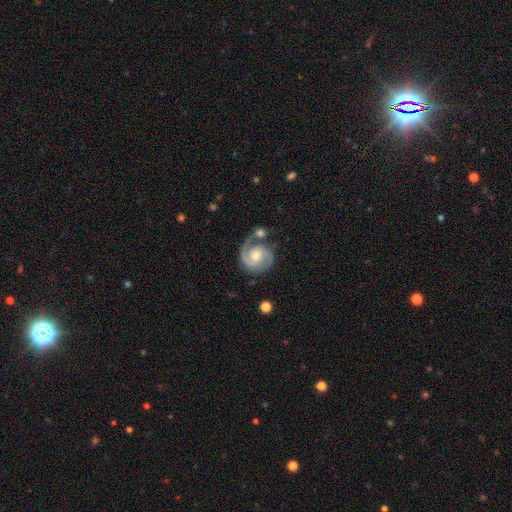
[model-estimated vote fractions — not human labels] Smooth or featured: featured or disk — 86% (smooth — 9%)
Edge-on disk: no — 98% (yes — 2%)
Bar: no — 60% (weak — 33%)
Spiral arms: yes — 97% (no — 3%)
Spiral winding: tight — 46% (medium — 44%)
Spiral arm count: 2 — 80% (1 — 11%)
Bulge size: moderate — 58% (small — 35%)
Merging: none — 57% (merger — 17%)